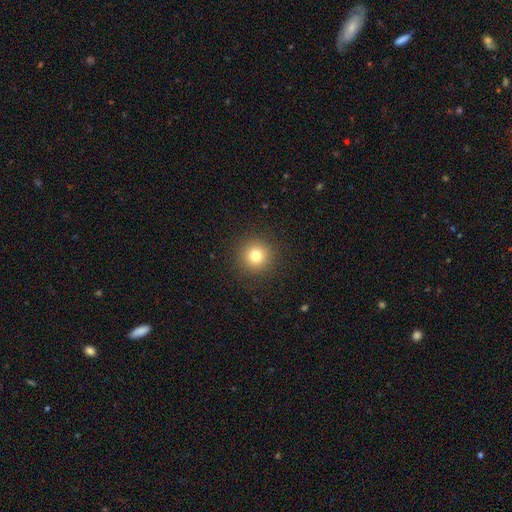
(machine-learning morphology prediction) Smooth or featured?
  - smooth: 79% *
  - star or artifact: 13%
  - featured or disk: 8%
How rounded?
  - round: 95% *
  - in between: 4%
  - cigar-shaped: 1%
Merging?
  - none: 91% *
  - minor disturbance: 5%
  - major disturbance: 2%
  - merger: 1%